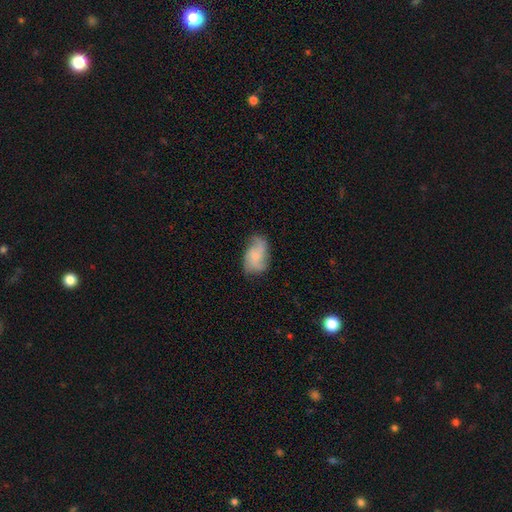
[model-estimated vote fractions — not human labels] A featured or disk galaxy (55%) with no bar (74%), spiral arms (87%) and a small central bulge (63%).

Vote fractions:
- Smooth or featured? featured or disk: 55% / smooth: 38% / star or artifact: 8%
- Edge-on disk? no: 97% / yes: 3%
- Bar? no: 74% / weak: 23% / strong: 3%
- Spiral arms? yes: 87% / no: 13%
- Bulge size? small: 63% / moderate: 27% / none: 8% / large: 2% / dominant: 1%
- Merging? none: 58% / minor disturbance: 30% / major disturbance: 11% / merger: 2%